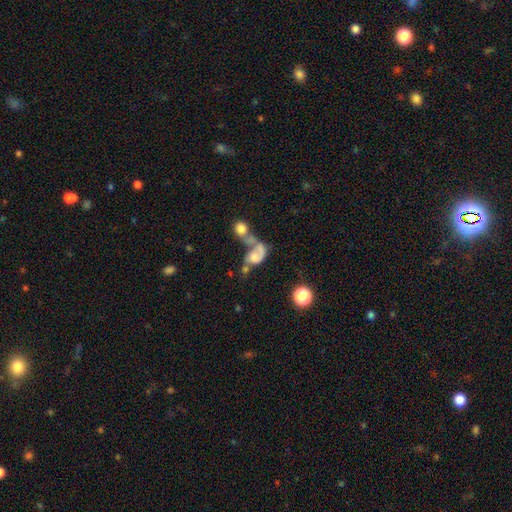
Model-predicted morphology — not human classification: This is possibly a featured or disk galaxy (46%). Merging: likely merger (62%).